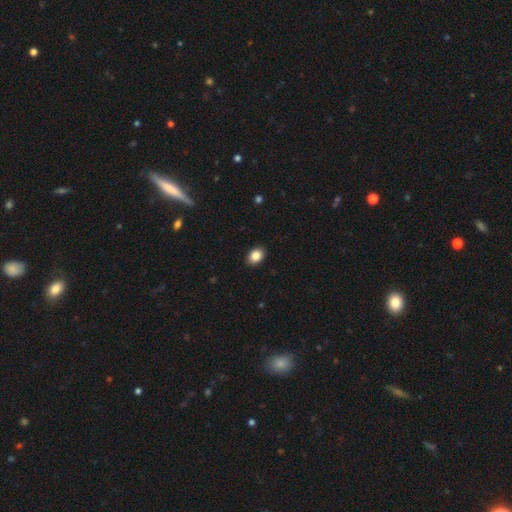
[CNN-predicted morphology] Smooth or featured? Predicted: smooth (p=0.87). How rounded? Predicted: in between (p=0.63). Merging? Predicted: none (p=0.89).